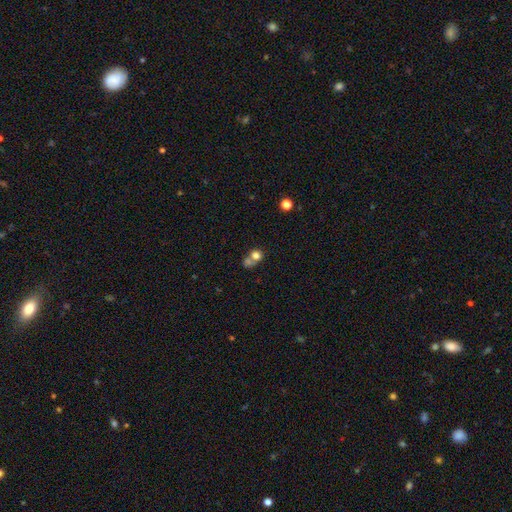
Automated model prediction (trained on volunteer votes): A smooth galaxy with no disk features (71%) that is round (72%).

Vote fractions:
- Smooth or featured? smooth: 71% / featured or disk: 15% / star or artifact: 14%
- How rounded? round: 72% / in between: 27% / cigar-shaped: 1%
- Merging? merger: 50% / none: 32% / minor disturbance: 9% / major disturbance: 8%